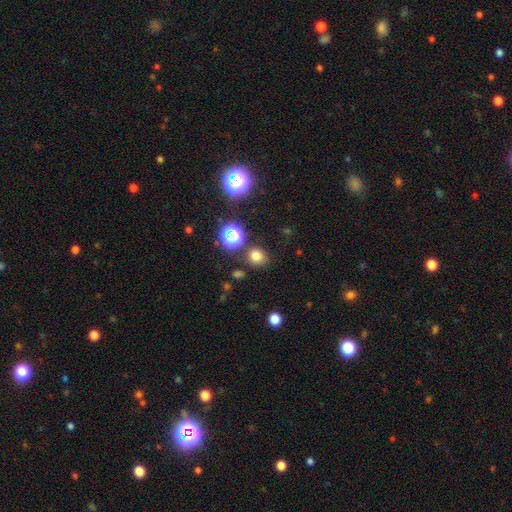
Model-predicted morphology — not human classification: This appears to be a smooth galaxy with no disk features (72%) that is round (77%). Merging: none (80%).